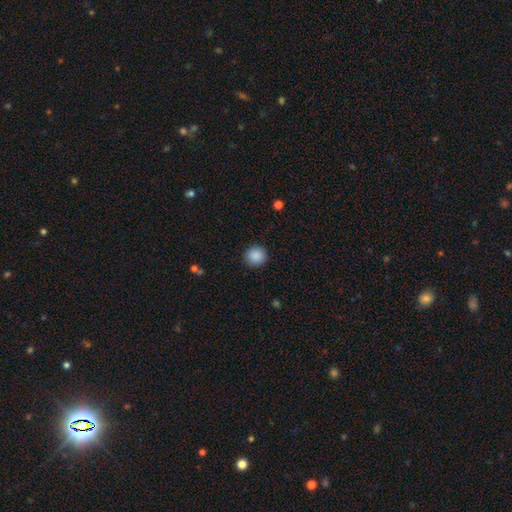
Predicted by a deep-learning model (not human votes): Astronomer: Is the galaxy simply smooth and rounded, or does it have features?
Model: smooth — 88%.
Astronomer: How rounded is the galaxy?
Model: round — 93%.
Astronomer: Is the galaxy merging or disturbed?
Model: none — 91%.